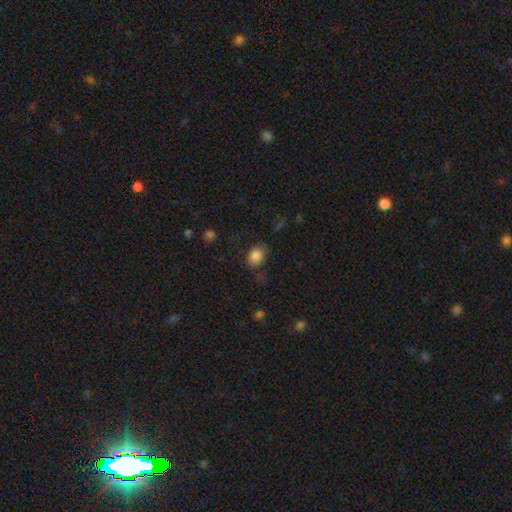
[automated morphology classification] This is clearly a smooth galaxy (84%). How rounded: possibly in between (57%). Merging: likely none (70%).